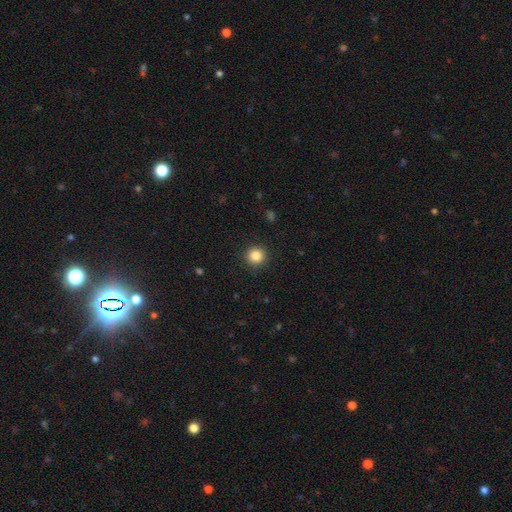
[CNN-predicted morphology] smooth_or_featured: smooth (p=0.85) [alt: star or artifact p=0.11]
how_rounded: round (p=0.94) [alt: in between p=0.05]
merging: none (p=0.91) [alt: minor disturbance p=0.06]